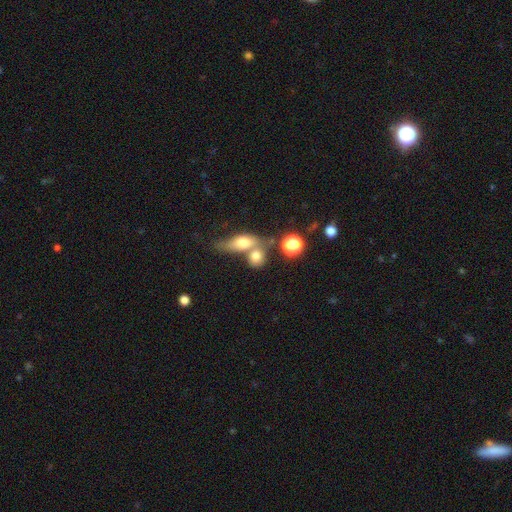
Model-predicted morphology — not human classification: A smooth galaxy with no disk features (73%) that is in between round and cigar-shaped (52%). Merging: merger (54%).